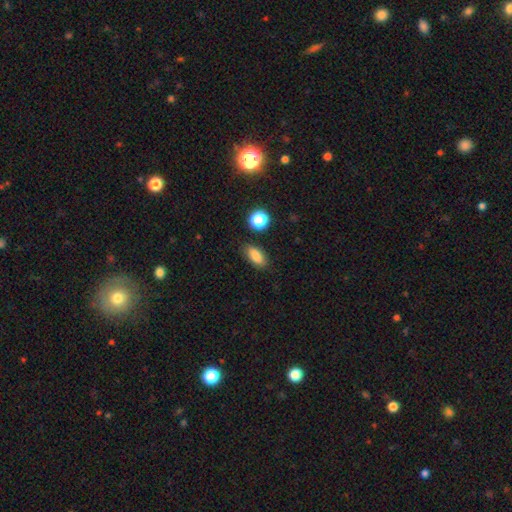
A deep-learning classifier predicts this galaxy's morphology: The model was most divided on "merging": none: 84%, minor disturbance: 11%, major disturbance: 3%, merger: 2%. More confident: how rounded — in between (84%); smooth or featured — smooth (83%).